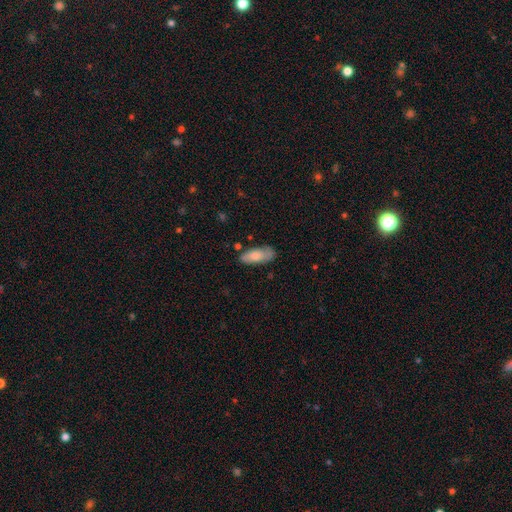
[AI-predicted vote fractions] A smooth galaxy with no disk features (77%) that is in between round and cigar-shaped (77%). Merging: none (71%).